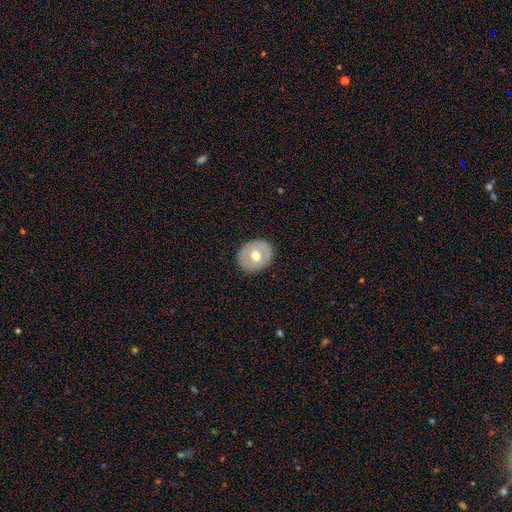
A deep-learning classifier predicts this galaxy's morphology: Smooth or featured?
  - smooth: 57% *
  - featured or disk: 36%
  - star or artifact: 7%
How rounded?
  - round: 66% *
  - in between: 33%
  - cigar-shaped: 1%
Merging?
  - none: 85% *
  - minor disturbance: 11%
  - major disturbance: 3%
  - merger: 1%